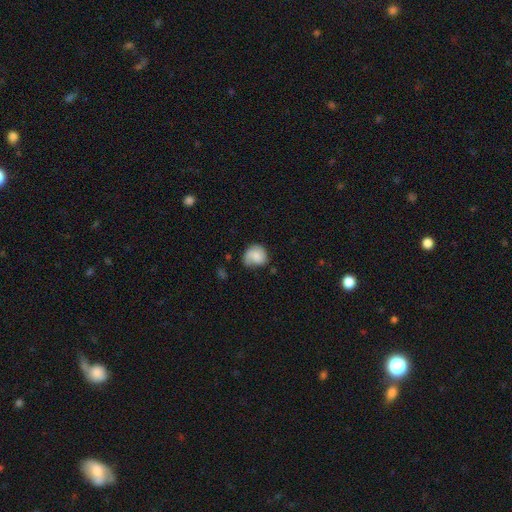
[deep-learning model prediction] A smooth galaxy with no disk features (60%) that is round (72%).

Vote fractions:
- Smooth or featured? smooth: 60% / featured or disk: 33% / star or artifact: 7%
- How rounded? round: 72% / in between: 28% / cigar-shaped: 1%
- Merging? none: 51% / minor disturbance: 31% / major disturbance: 15% / merger: 2%